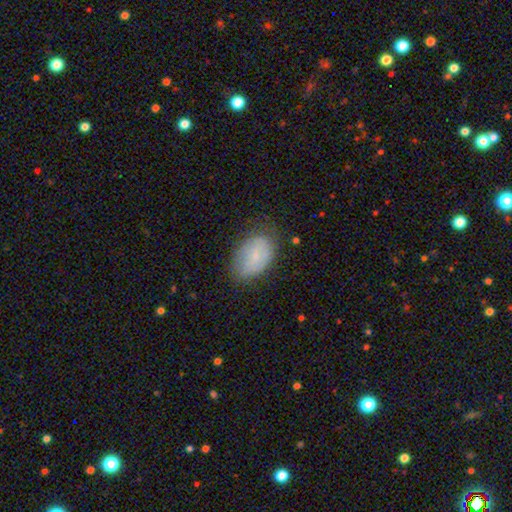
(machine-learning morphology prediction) smooth 69%, featured or disk 23%, star or artifact 8%. Down the decision tree: how rounded — in between (90%); merging — none (64%).